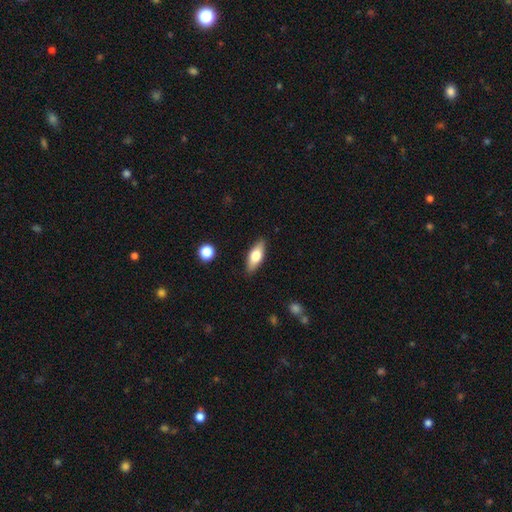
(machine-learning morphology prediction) smooth_or_featured: smooth (p=0.65) [alt: featured or disk p=0.29]
how_rounded: in between (p=0.71) [alt: cigar-shaped p=0.26]
merging: none (p=0.87) [alt: minor disturbance p=0.09]